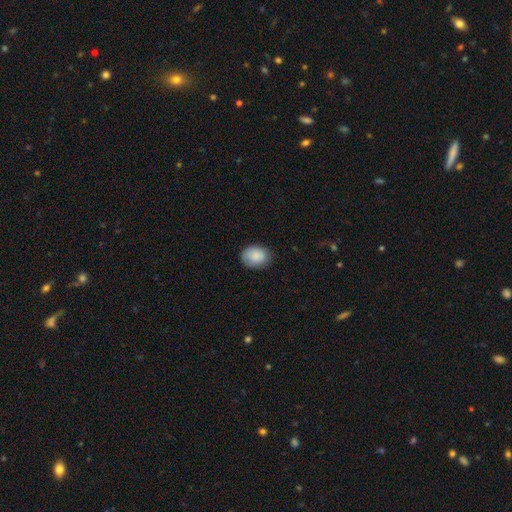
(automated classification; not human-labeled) A smooth galaxy with no disk features (88%) that is in between round and cigar-shaped (65%).

Vote fractions:
- Smooth or featured? smooth: 88% / star or artifact: 7% / featured or disk: 5%
- How rounded? in between: 65% / round: 35% / cigar-shaped: 1%
- Merging? none: 83% / minor disturbance: 14% / major disturbance: 3% / merger: 1%